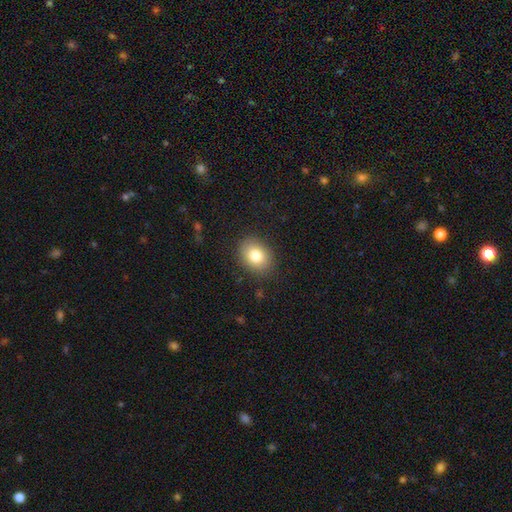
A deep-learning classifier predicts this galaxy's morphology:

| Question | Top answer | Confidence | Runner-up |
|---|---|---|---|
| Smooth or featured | smooth | 81% | featured or disk (10%) |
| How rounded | in between | 58% | round (41%) |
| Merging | none | 86% | minor disturbance (10%) |